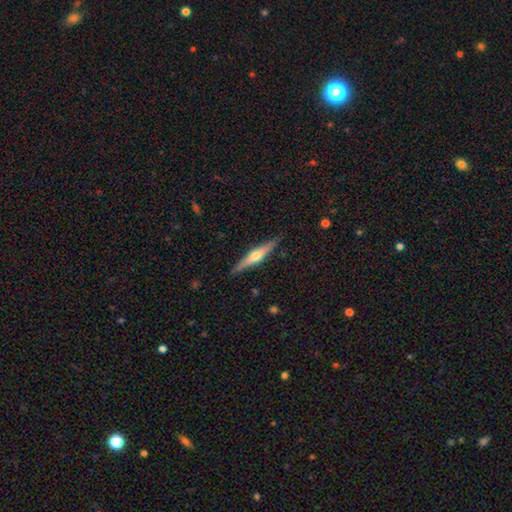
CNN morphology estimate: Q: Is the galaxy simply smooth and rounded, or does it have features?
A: featured or disk — 62%.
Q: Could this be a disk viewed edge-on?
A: yes — 97%.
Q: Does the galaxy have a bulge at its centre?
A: rounded — 88%.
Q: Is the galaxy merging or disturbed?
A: none — 89%.